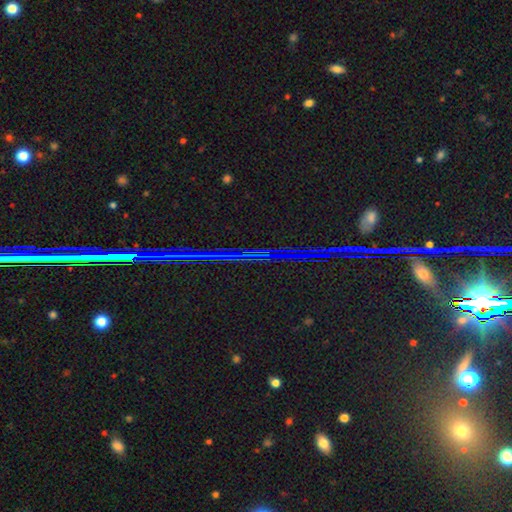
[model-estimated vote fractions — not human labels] This is clearly a star or artifact rather than a galaxy (83%).